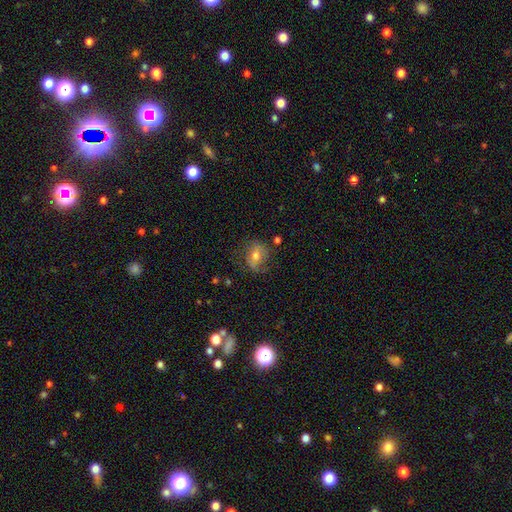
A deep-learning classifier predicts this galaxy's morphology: This is possibly a smooth galaxy (49%). Merging: likely none (64%).